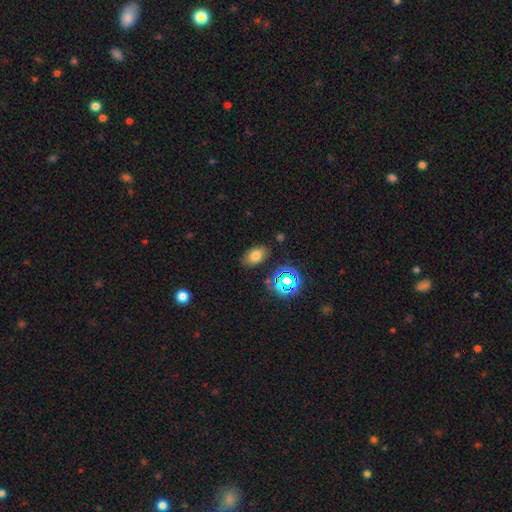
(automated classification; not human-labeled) Overall: smooth (71%). How rounded: in between (87%). Merging: none (83%).